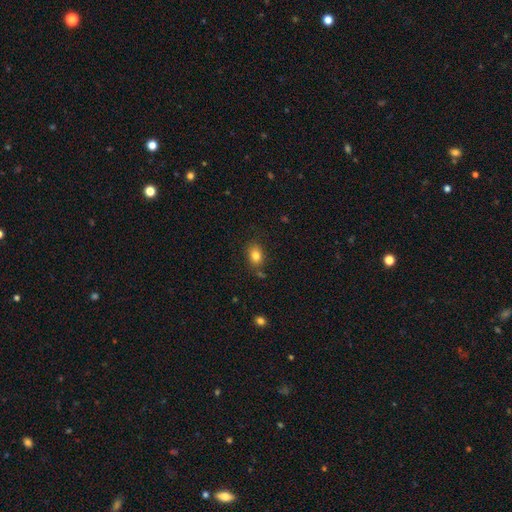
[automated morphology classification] smooth-or-featured: smooth: 82% | star or artifact: 10% | featured or disk: 8%
  how-rounded: in between: 66% | round: 33% | cigar-shaped: 1%
  merging: none: 77% | minor disturbance: 15% | merger: 5% | major disturbance: 4%